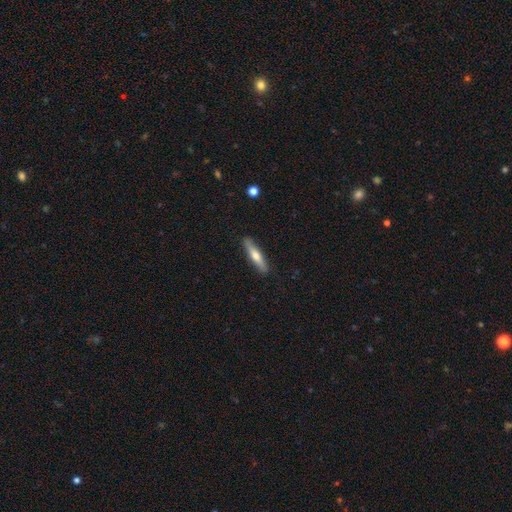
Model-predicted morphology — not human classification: type=smooth (56%); roundness=cigar-shaped (84%); merging=none (88%).